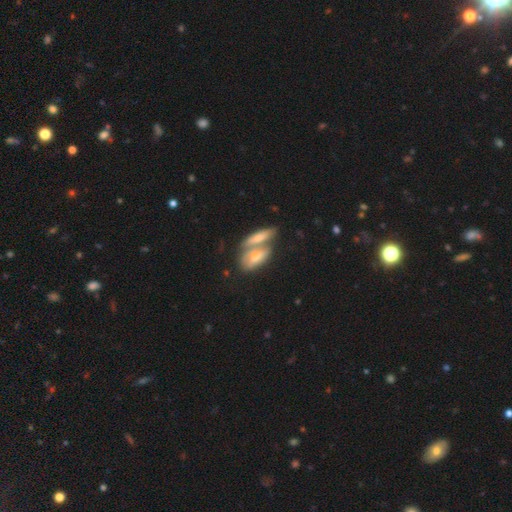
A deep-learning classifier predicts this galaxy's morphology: type=smooth (48%); merging=merger (59%).